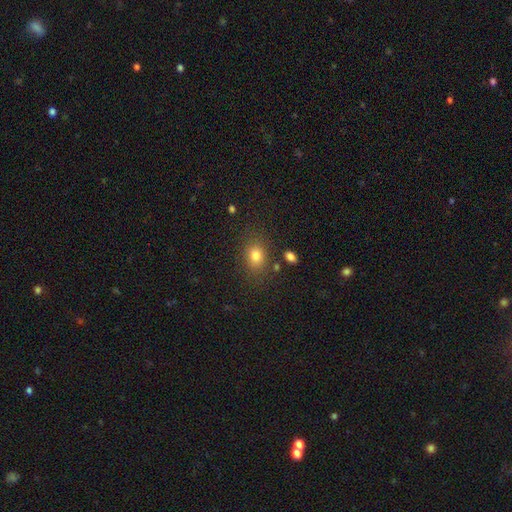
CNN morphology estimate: This appears to be a smooth galaxy with no disk features (79%) that is in between round and cigar-shaped (57%). Merging: none (79%).